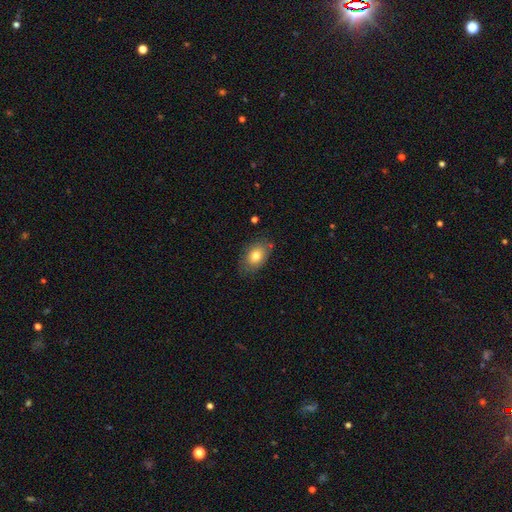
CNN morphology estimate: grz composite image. It shows a smooth galaxy with no disk features (78%) that is in between round and cigar-shaped (86%). Merging: none (77%).